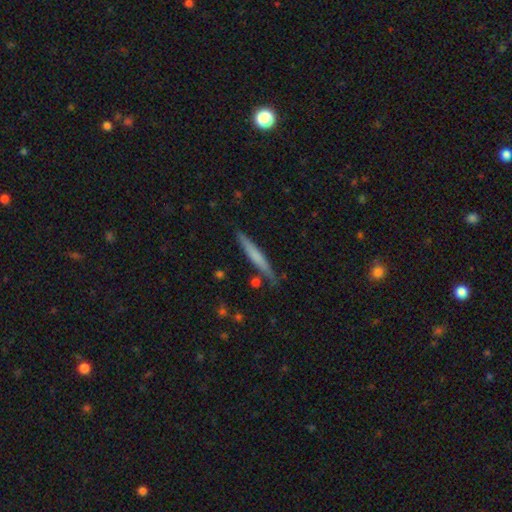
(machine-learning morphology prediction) Smooth or featured? smooth (60%)
How rounded? cigar-shaped (95%)
Merging? none (84%)